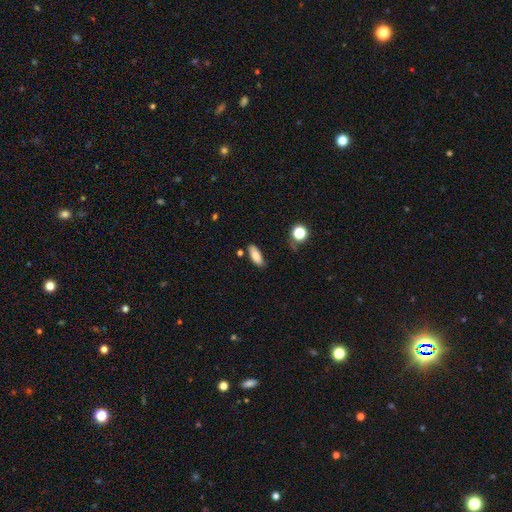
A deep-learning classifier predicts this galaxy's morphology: smooth-or-featured: smooth: 82% | featured or disk: 10% | star or artifact: 8%
  how-rounded: in between: 76% | cigar-shaped: 21% | round: 3%
  merging: none: 75% | minor disturbance: 18% | major disturbance: 4% | merger: 3%